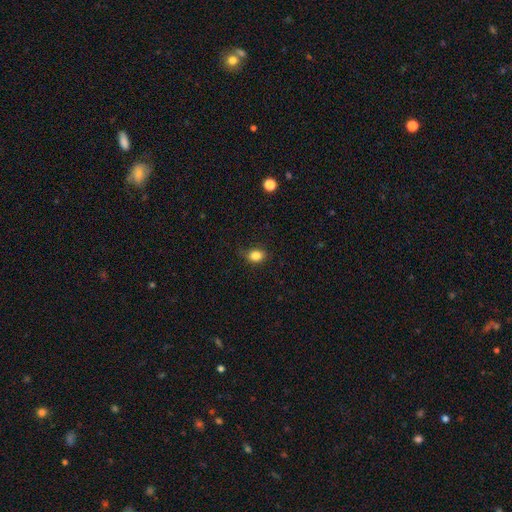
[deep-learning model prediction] Smooth or featured? smooth (84%)
How rounded? in between (60%)
Merging? none (76%)